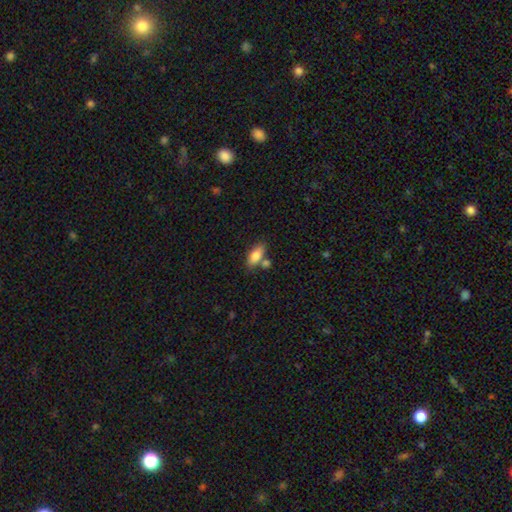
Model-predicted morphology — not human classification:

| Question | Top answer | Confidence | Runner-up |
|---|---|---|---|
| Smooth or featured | smooth | 81% | featured or disk (12%) |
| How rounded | in between | 85% | cigar-shaped (12%) |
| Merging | none | 65% | merger (19%) |